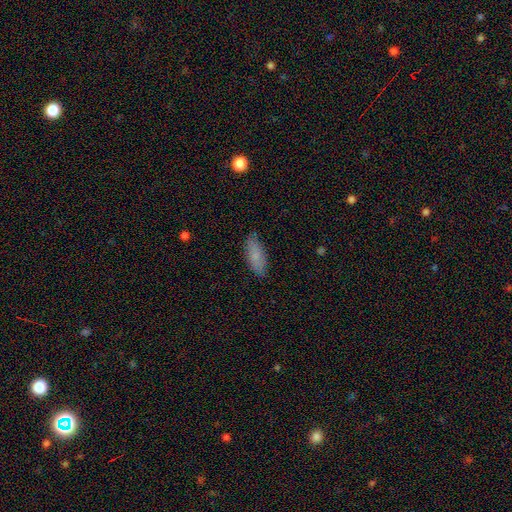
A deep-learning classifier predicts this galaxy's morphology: smooth_or_featured: smooth (p=0.82) [alt: featured or disk p=0.11]
how_rounded: in between (p=0.78) [alt: cigar-shaped p=0.20]
merging: none (p=0.83) [alt: minor disturbance p=0.13]